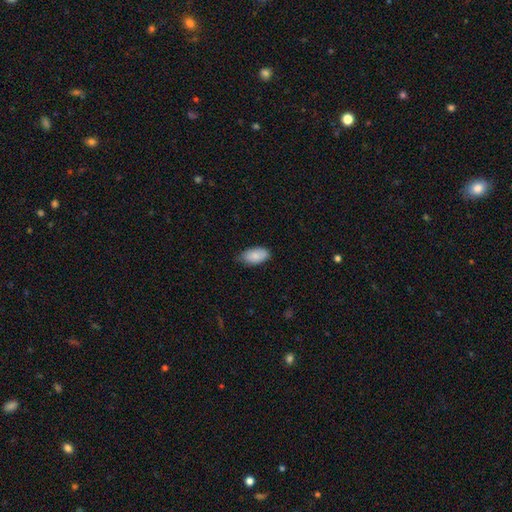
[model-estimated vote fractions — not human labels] This is clearly a smooth galaxy (85%). How rounded: clearly in between (95%). Merging: likely none (72%).